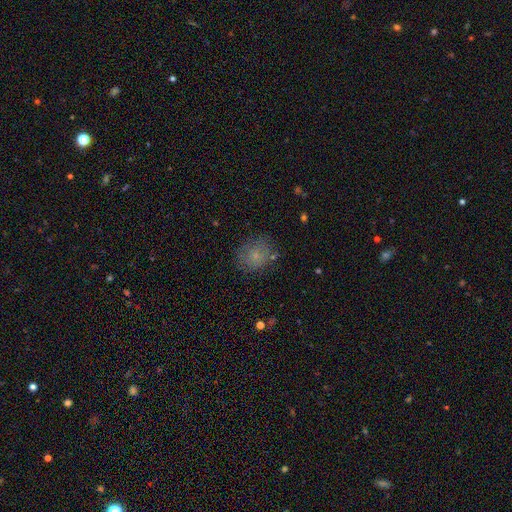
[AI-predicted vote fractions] Q: Smooth or featured?
A: smooth (71%); runner-up: featured or disk (16%)
Q: How rounded?
A: round (70%); runner-up: in between (28%)
Q: Merging?
A: none (73%); runner-up: minor disturbance (18%)